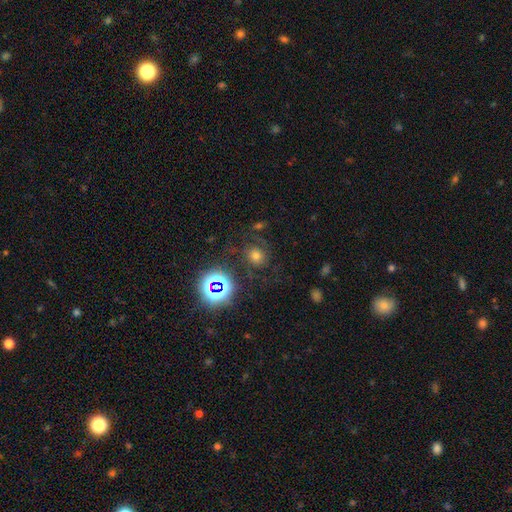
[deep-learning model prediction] Overall: smooth (51%; star or artifact 30%). How rounded: round (82%). Merging: none (70%).